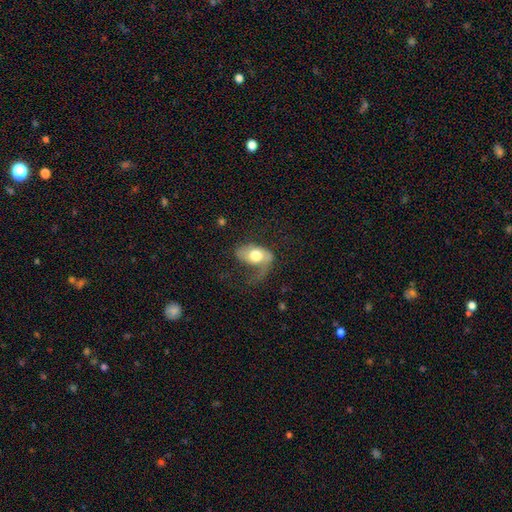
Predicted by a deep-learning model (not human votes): The model was most divided on "smooth or featured": featured or disk: 48%, smooth: 46%, star or artifact: 6%. Remaining: merging — major disturbance (44%).